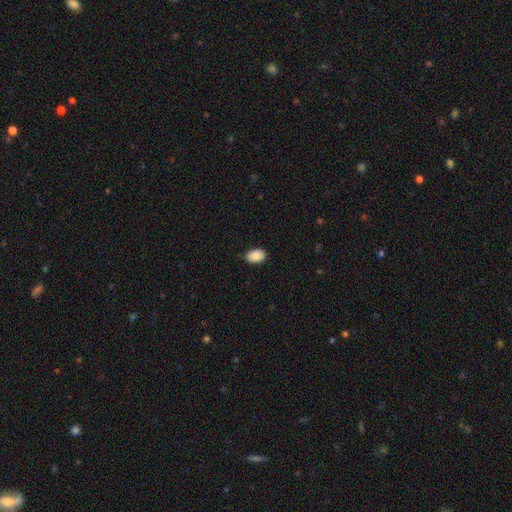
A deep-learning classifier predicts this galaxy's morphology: Q: Smooth or featured?
A: smooth (89%); runner-up: star or artifact (7%)
Q: How rounded?
A: in between (89%); runner-up: round (10%)
Q: Merging?
A: none (79%); runner-up: minor disturbance (18%)